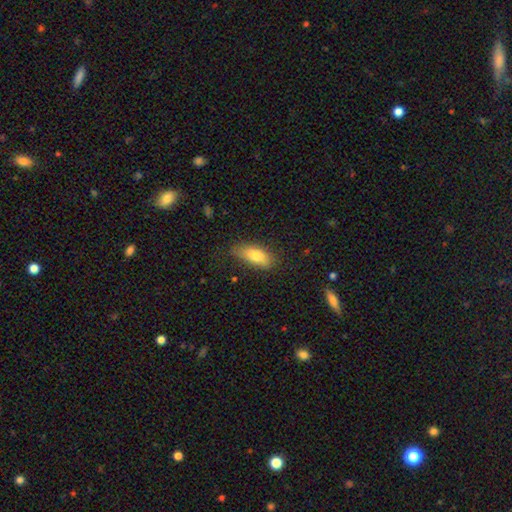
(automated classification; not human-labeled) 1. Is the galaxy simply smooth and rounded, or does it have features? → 78% smooth, 15% featured or disk, 7% star or artifact.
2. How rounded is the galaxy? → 78% in between, 19% cigar-shaped, 3% round.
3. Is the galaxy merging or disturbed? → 70% none, 23% minor disturbance, 5% major disturbance, 2% merger.